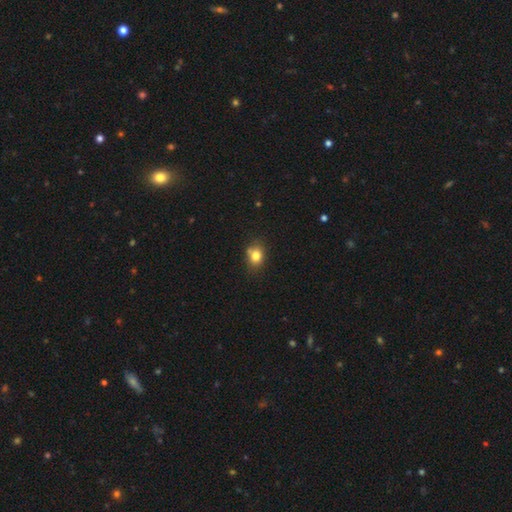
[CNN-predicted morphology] type=smooth (80%); roundness=in between (51%); merging=none (68%).